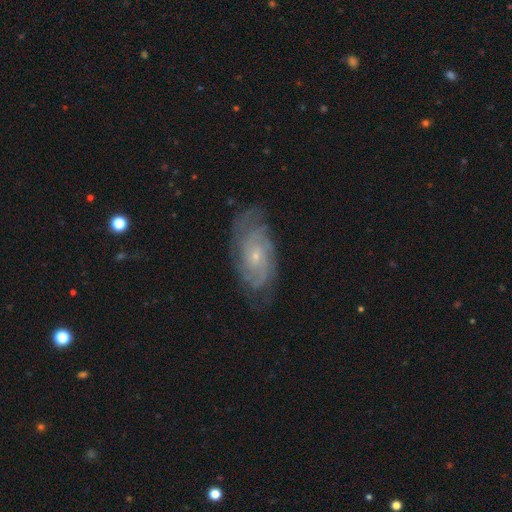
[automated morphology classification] The model was most divided on "spiral arm count": can't tell: 37%, 2: 34%, 3: 13%, 4: 7%, 1: 4%, more than 4: 4%. More confident: edge-on disk — no (94%); spiral arms — yes (93%); smooth or featured — featured or disk (79%); bulge size — small (76%); bar — no (74%); merging — none (74%); spiral winding — tight (62%).